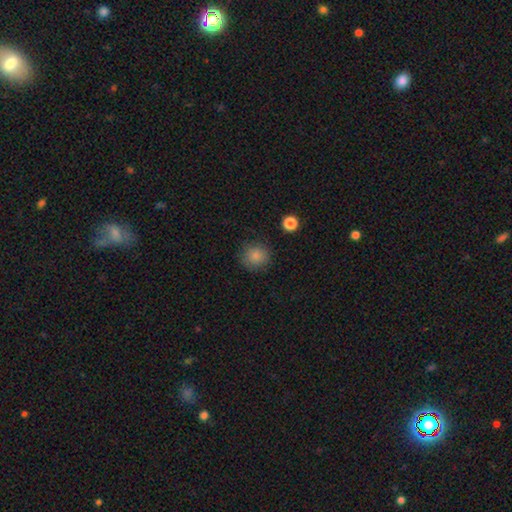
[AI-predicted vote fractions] Smooth or featured? Predicted: smooth (p=0.84). How rounded? Predicted: round (p=0.89). Merging? Predicted: none (p=0.85).